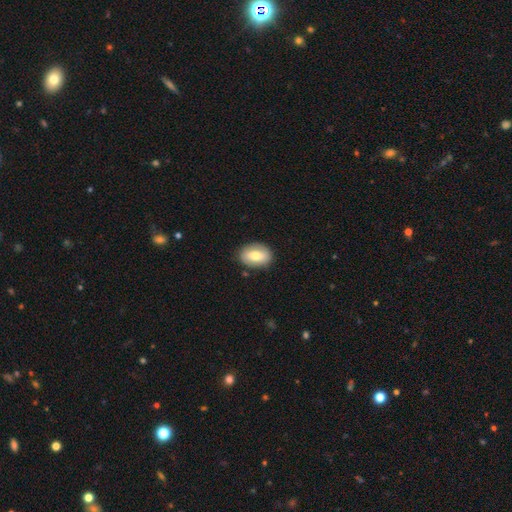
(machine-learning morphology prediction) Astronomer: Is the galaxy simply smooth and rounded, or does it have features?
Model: smooth — 69%.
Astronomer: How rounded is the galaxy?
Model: in between — 79%.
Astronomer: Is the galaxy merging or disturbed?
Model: none — 84%.